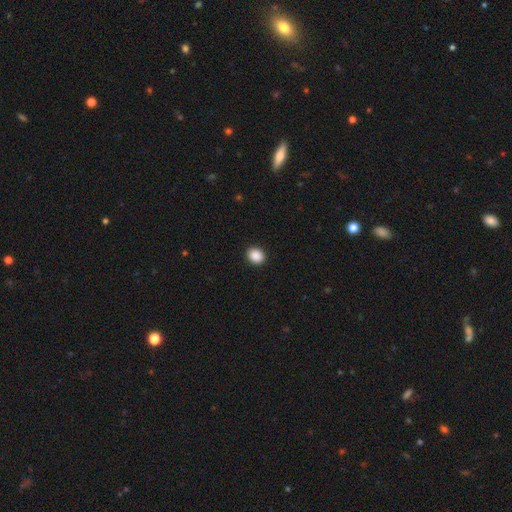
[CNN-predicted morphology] Overall: smooth (89%). How rounded: round (60%; in between 39%). Merging: none (92%).